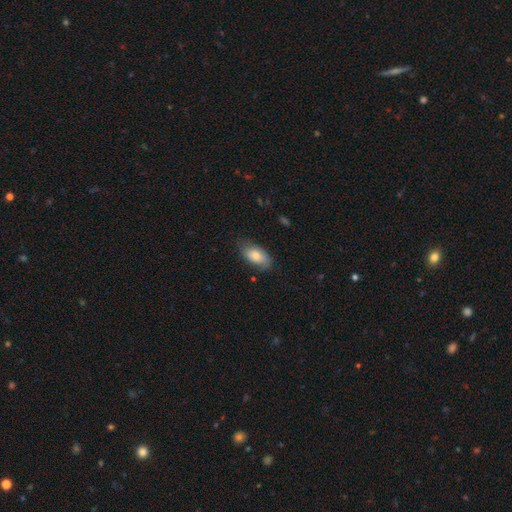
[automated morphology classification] This appears to be a smooth galaxy with no disk features (76%) that is in between round and cigar-shaped (93%). Merging: none (68%).